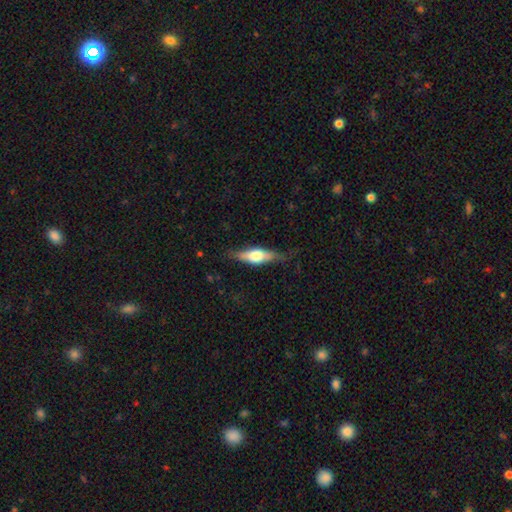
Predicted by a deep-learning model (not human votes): Smooth or featured?
  - featured or disk: 53% *
  - smooth: 42%
  - star or artifact: 6%
Edge-on disk?
  - yes: 91% *
  - no: 9%
Merging?
  - none: 72% *
  - minor disturbance: 20%
  - major disturbance: 6%
  - merger: 1%